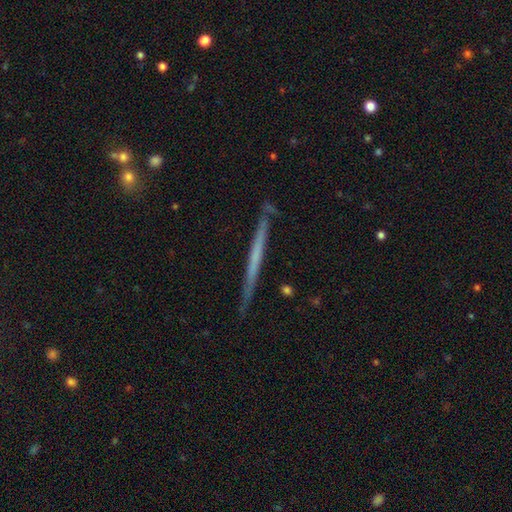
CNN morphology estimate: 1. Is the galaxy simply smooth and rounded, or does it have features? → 58% featured or disk, 37% smooth, 6% star or artifact.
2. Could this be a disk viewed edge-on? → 97% yes, 3% no.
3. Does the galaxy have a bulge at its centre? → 90% none, 6% rounded, 4% boxy.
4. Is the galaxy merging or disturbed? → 87% none, 10% minor disturbance, 2% major disturbance, 2% merger.